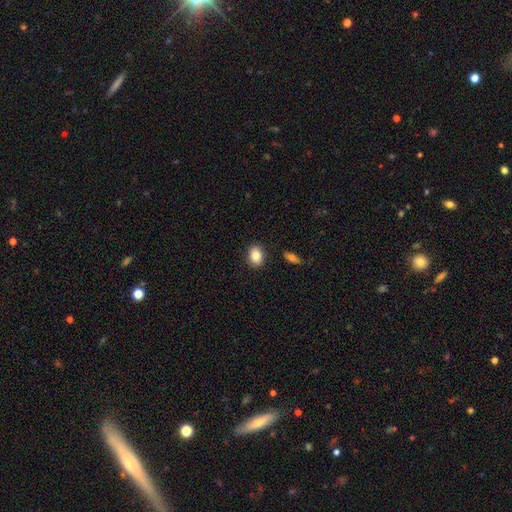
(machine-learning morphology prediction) This appears to be a smooth galaxy with no disk features (85%) that is in between round and cigar-shaped (62%). Merging: none (89%).